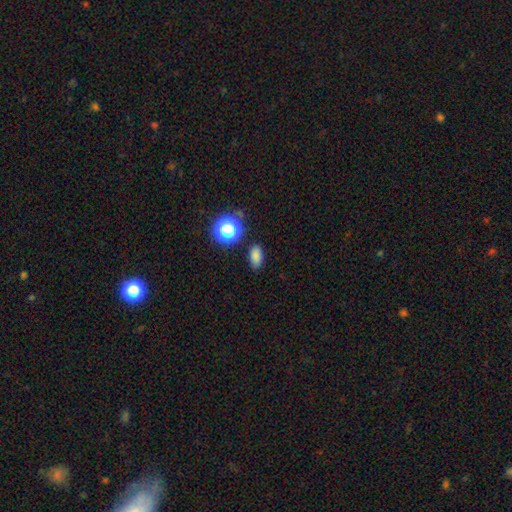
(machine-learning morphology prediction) This appears to be a smooth galaxy with no disk features (79%) that is in between round and cigar-shaped (83%). Merging: none (82%).